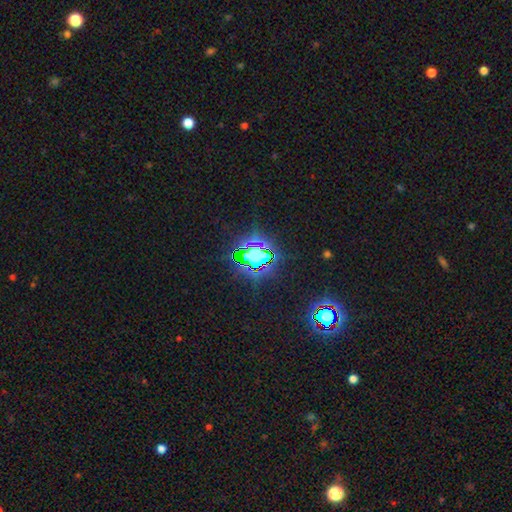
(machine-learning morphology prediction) The model was most divided on "smooth or featured": star or artifact: 72%, smooth: 17%, featured or disk: 11%.